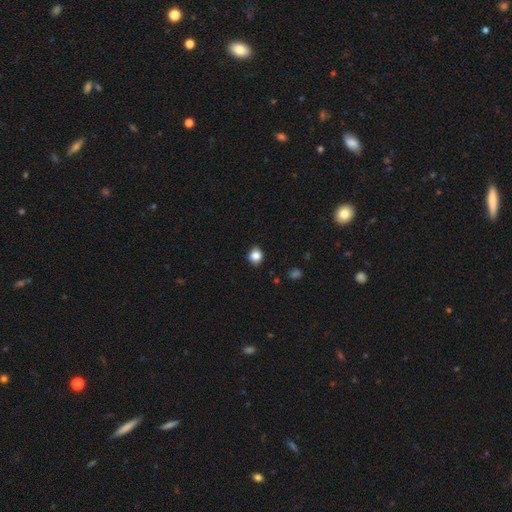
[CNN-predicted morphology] Overall: smooth (83%). How rounded: round (75%). Merging: none (81%).